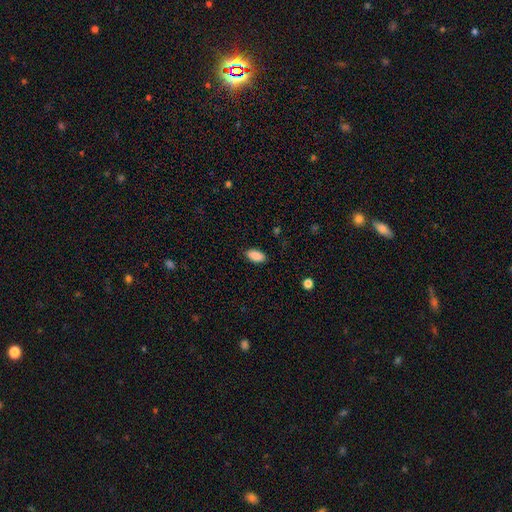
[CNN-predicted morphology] Smooth or featured: smooth — 89% (star or artifact — 7%)
How rounded: in between — 93% (cigar-shaped — 4%)
Merging: none — 86% (minor disturbance — 11%)